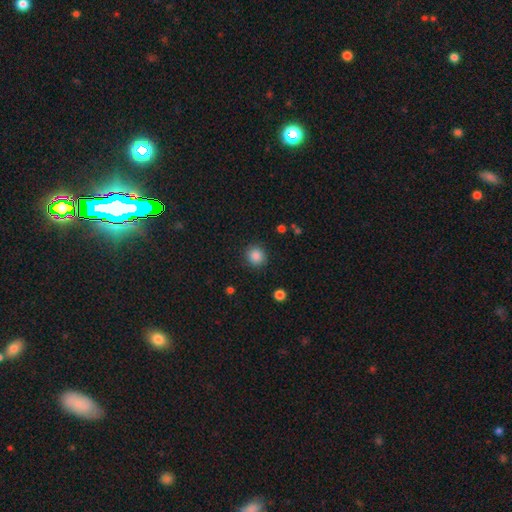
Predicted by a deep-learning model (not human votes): A smooth galaxy with no disk features (86%) that is round (90%).

Vote fractions:
- Smooth or featured? smooth: 86% / star or artifact: 10% / featured or disk: 3%
- How rounded? round: 90% / in between: 9% / cigar-shaped: 1%
- Merging? none: 90% / minor disturbance: 7% / major disturbance: 2% / merger: 1%